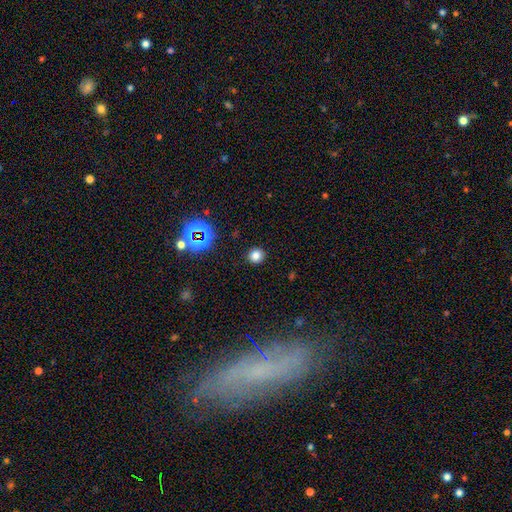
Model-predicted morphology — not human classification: smooth_or_featured: smooth (p=0.77) [alt: star or artifact p=0.18]
how_rounded: round (p=0.90) [alt: in between p=0.09]
merging: none (p=0.91) [alt: minor disturbance p=0.05]